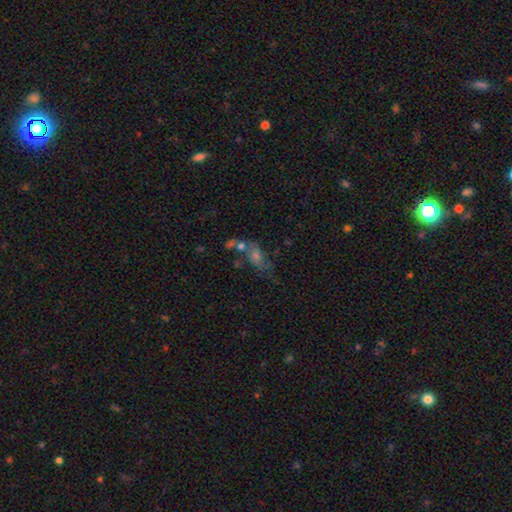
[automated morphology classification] A smooth galaxy with no disk features (47%).

Vote fractions:
- Smooth or featured? smooth: 47% / featured or disk: 33% / star or artifact: 20%
- Merging? none: 38% / merger: 27% / minor disturbance: 19% / major disturbance: 16%